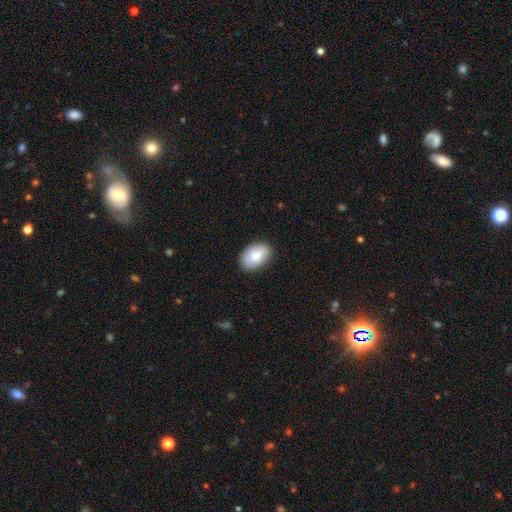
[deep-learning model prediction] This appears to be a smooth galaxy with no disk features (83%) that is in between round and cigar-shaped (87%). Merging: none (87%).